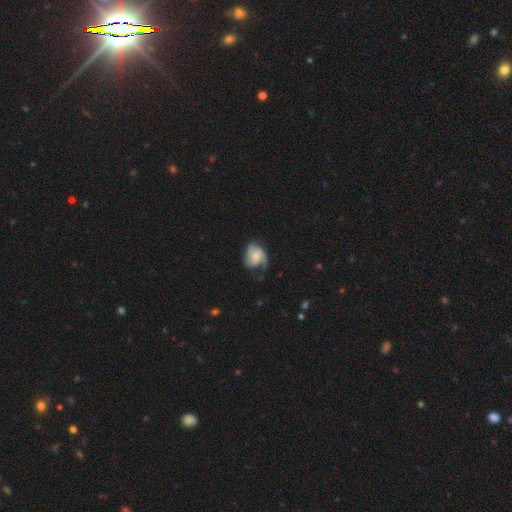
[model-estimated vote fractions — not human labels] Smooth or featured?
  - featured or disk: 61% *
  - smooth: 32%
  - star or artifact: 7%
Edge-on disk?
  - no: 97% *
  - yes: 3%
Bar?
  - no: 68% *
  - weak: 27%
  - strong: 5%
Spiral arms?
  - yes: 89% *
  - no: 11%
Spiral winding?
  - medium: 42% *
  - loose: 34%
  - tight: 24%
Spiral arm count?
  - 2: 42% *
  - 3: 23%
  - 1: 16%
  - can't tell: 14%
  - 4: 3%
  - more than 4: 2%
Bulge size?
  - small: 50% *
  - moderate: 34%
  - none: 10%
  - large: 4%
  - dominant: 2%
Merging?
  - none: 46% *
  - minor disturbance: 28%
  - major disturbance: 24%
  - merger: 2%